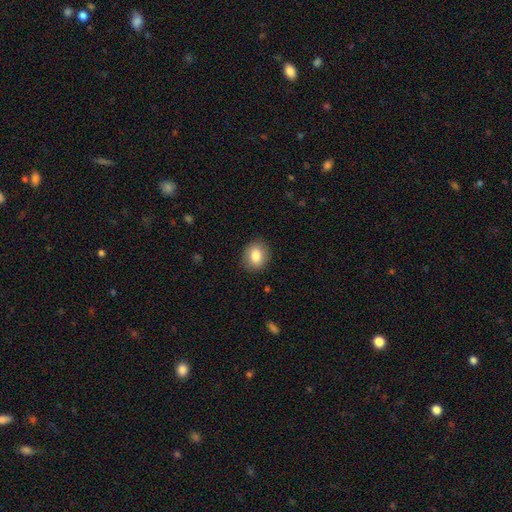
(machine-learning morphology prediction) The model was most divided on "how rounded": round: 59%, in between: 40%, cigar-shaped: 1%. More confident: merging — none (89%); smooth or featured — smooth (83%).